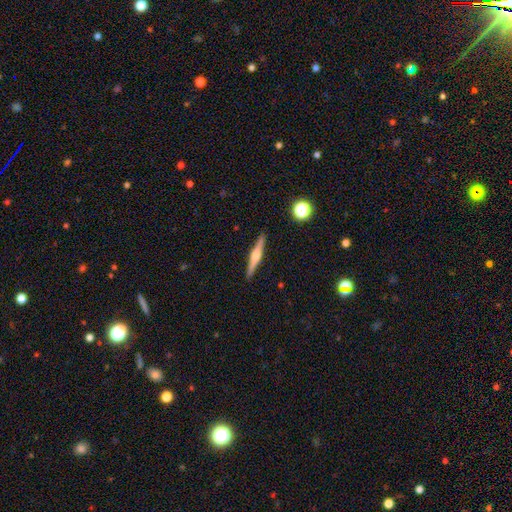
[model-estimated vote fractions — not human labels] A featured or disk galaxy (73%) viewed edge-on (98%) with a rounded central bulge (83%). Merging: none (92%).